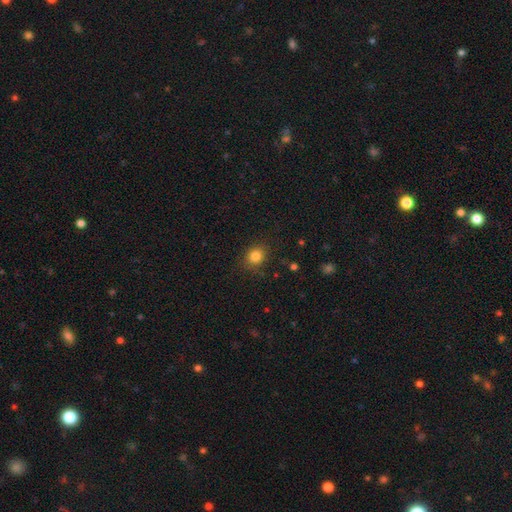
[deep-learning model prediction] This appears to be a smooth galaxy with no disk features (83%) that is round (69%). Merging: none (86%).